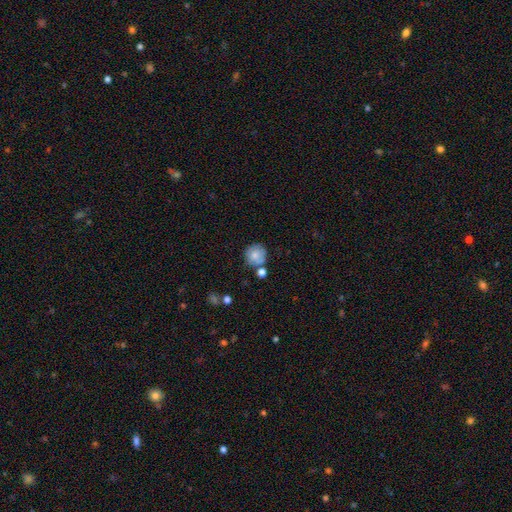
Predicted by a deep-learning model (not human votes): Q: Smooth or featured?
A: smooth (77%); runner-up: featured or disk (14%)
Q: How rounded?
A: round (90%); runner-up: in between (9%)
Q: Merging?
A: none (64%); runner-up: minor disturbance (16%)